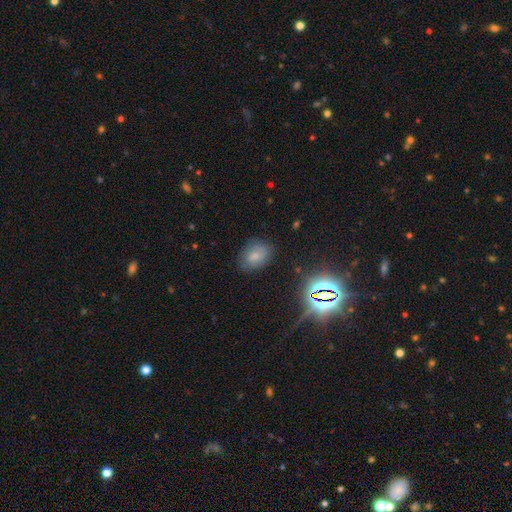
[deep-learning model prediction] Overall: smooth (72%). How rounded: in between (68%; round 31%). Merging: none (78%).